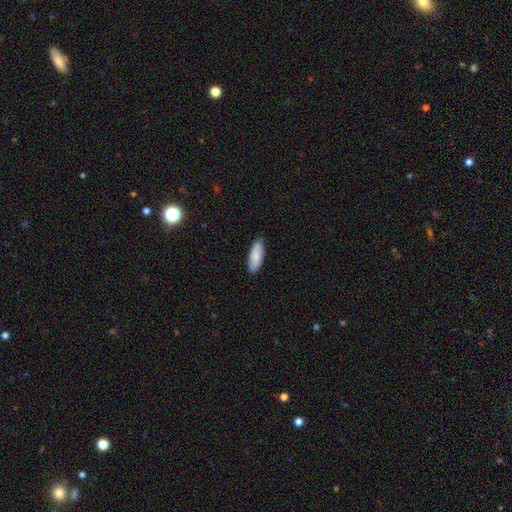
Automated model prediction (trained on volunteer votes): Smooth or featured? Predicted: smooth (p=0.82). How rounded? Predicted: in between (p=0.68). Merging? Predicted: none (p=0.86).